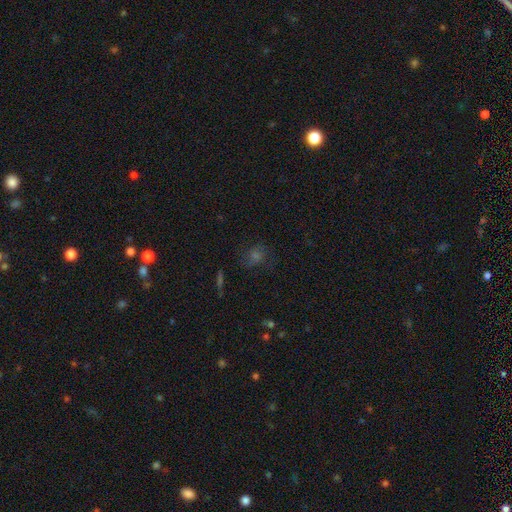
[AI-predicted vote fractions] Smooth or featured? Predicted: smooth (p=0.45). Merging? Predicted: none (p=0.71).